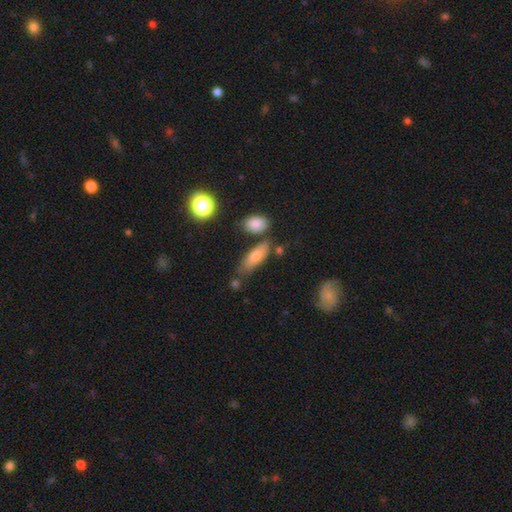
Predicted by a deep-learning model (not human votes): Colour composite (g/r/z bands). It shows a smooth galaxy with no disk features (69%) that is in between round and cigar-shaped (60%). Merging: none (66%).